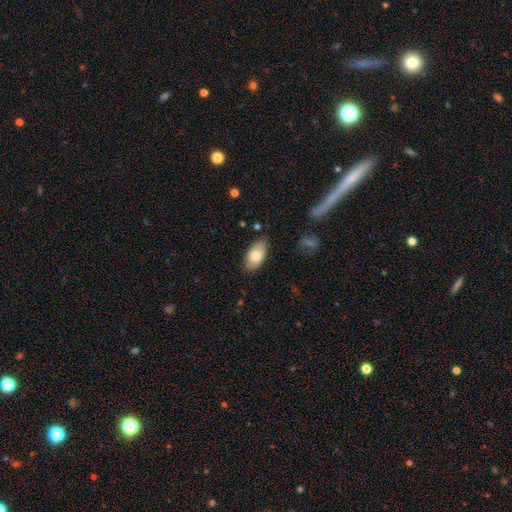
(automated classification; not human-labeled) A smooth galaxy with no disk features (78%) that is in between round and cigar-shaped (94%).

Vote fractions:
- Smooth or featured? smooth: 78% / featured or disk: 16% / star or artifact: 6%
- How rounded? in between: 94% / round: 3% / cigar-shaped: 3%
- Merging? none: 79% / minor disturbance: 16% / major disturbance: 3% / merger: 2%